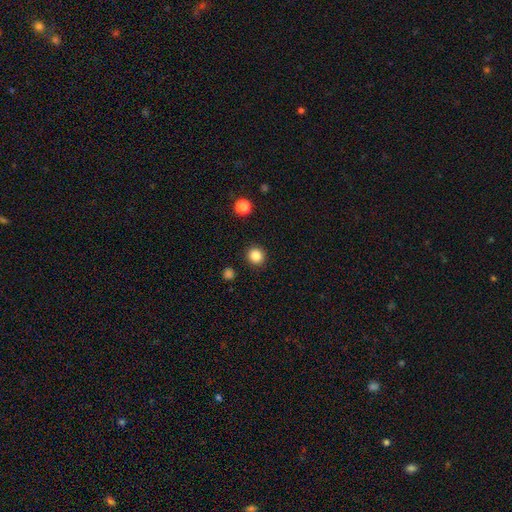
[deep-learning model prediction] Morphology: type=smooth (85%); roundness=round (92%); merging=none (92%).